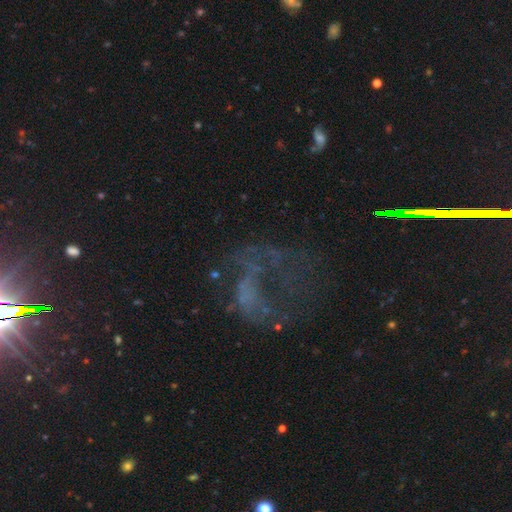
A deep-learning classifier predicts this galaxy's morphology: type=featured or disk (41%); merging=none (40%, tied with major disturbance).